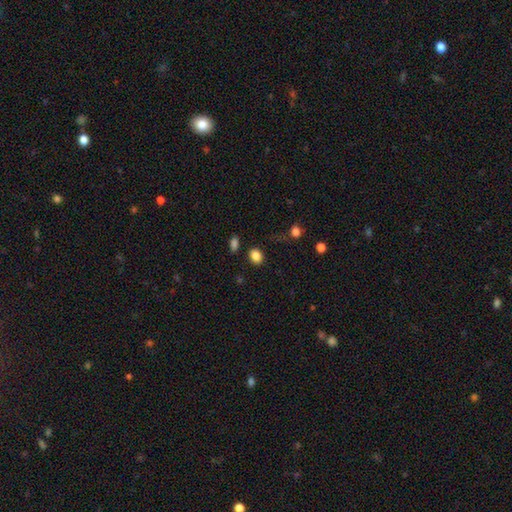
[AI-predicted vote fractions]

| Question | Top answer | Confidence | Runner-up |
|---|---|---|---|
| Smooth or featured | smooth | 85% | star or artifact (10%) |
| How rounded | in between | 50% | round (49%) |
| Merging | none | 83% | minor disturbance (10%) |